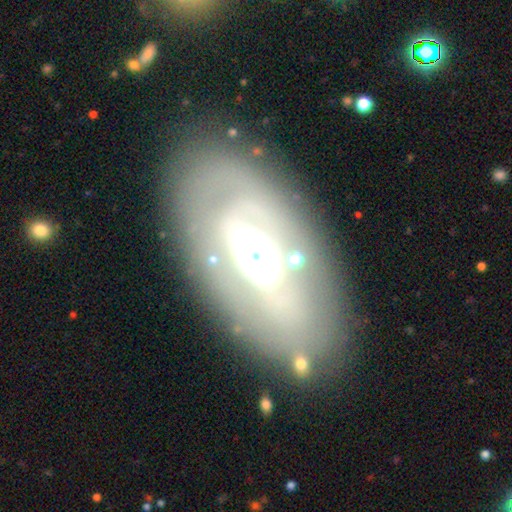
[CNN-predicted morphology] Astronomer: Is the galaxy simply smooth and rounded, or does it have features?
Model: featured or disk — 65%.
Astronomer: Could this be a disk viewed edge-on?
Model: no — 81%.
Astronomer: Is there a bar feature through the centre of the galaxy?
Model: no — 55%.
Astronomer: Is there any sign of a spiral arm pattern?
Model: no — 79%.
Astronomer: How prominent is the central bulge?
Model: moderate — 42% (runner-up: large, 40%).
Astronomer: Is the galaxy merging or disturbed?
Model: none — 74%.